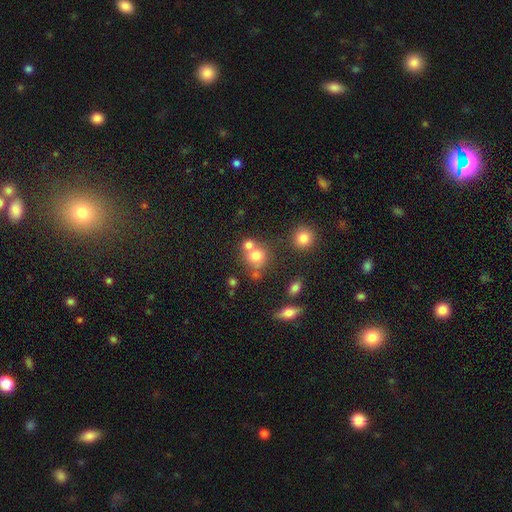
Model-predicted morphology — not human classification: smooth 73%, star or artifact 14%, featured or disk 13%. Down the decision tree: how rounded — round (81%); merging — none (48%).